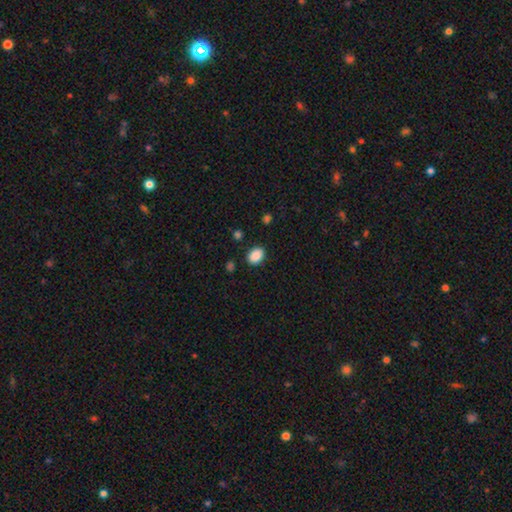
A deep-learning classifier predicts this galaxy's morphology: Q: Smooth or featured?
A: smooth (88%); runner-up: star or artifact (8%)
Q: How rounded?
A: in between (67%); runner-up: round (32%)
Q: Merging?
A: none (86%); runner-up: minor disturbance (9%)